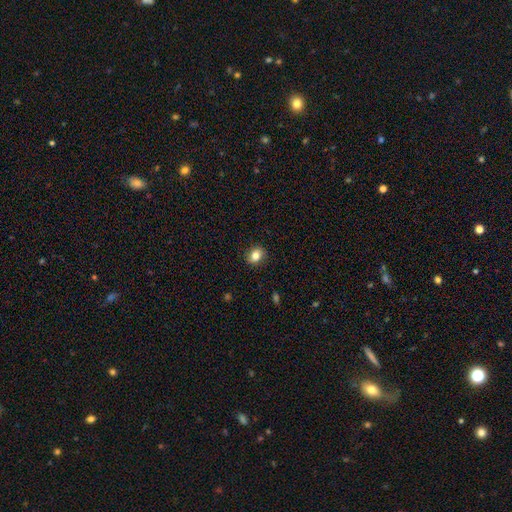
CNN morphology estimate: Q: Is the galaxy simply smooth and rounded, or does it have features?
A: smooth — 82%.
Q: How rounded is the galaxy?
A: round — 50%.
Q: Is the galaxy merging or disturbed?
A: none — 88%.